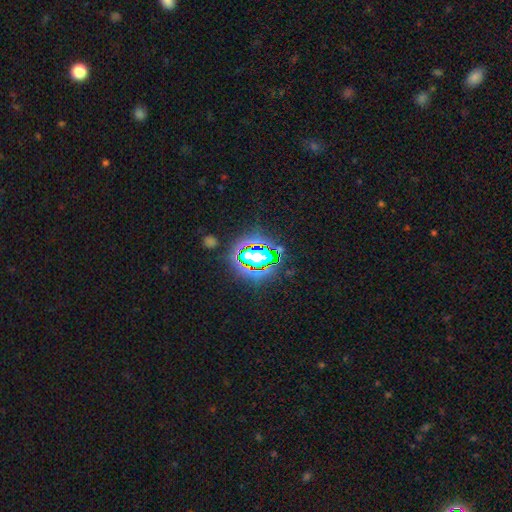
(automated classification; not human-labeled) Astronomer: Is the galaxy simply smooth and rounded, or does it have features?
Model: star or artifact — 73%.